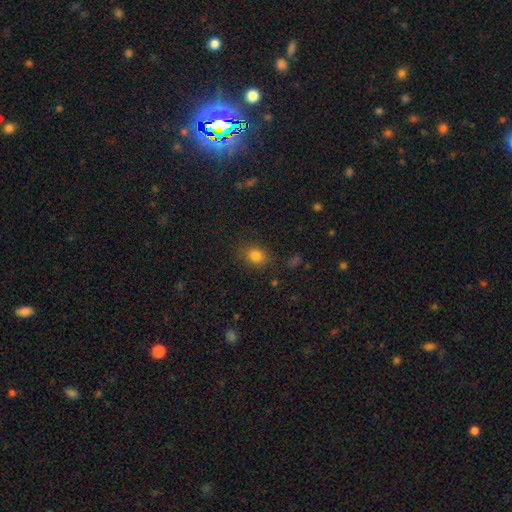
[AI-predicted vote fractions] Smooth or featured: smooth — 81% (star or artifact — 13%)
How rounded: in between — 50% (round — 49%)
Merging: none — 79% (minor disturbance — 14%)